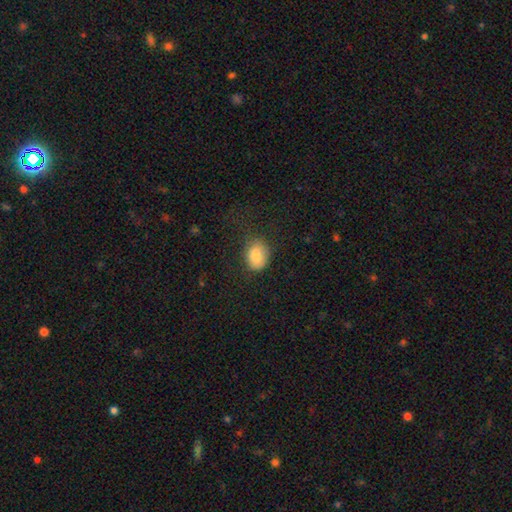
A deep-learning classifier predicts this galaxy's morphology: Smooth or featured? Predicted: smooth (p=0.82). How rounded? Predicted: in between (p=0.65). Merging? Predicted: none (p=0.63).